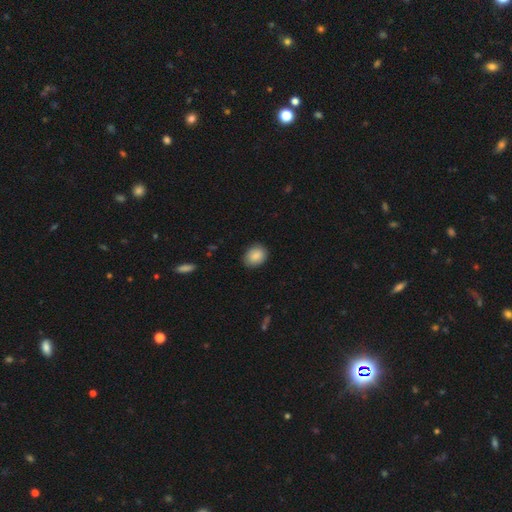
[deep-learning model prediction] Morphology: type=smooth (88%); roundness=in between (60%); merging=none (84%).